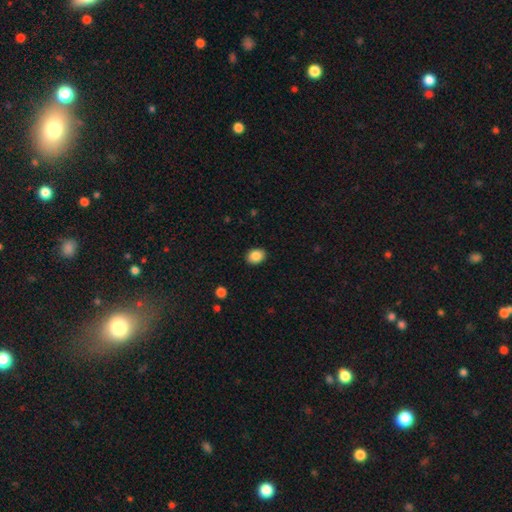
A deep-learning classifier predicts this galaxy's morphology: The model was most divided on "how rounded": in between: 59%, round: 40%, cigar-shaped: 1%. More confident: merging — none (90%); smooth or featured — smooth (88%).